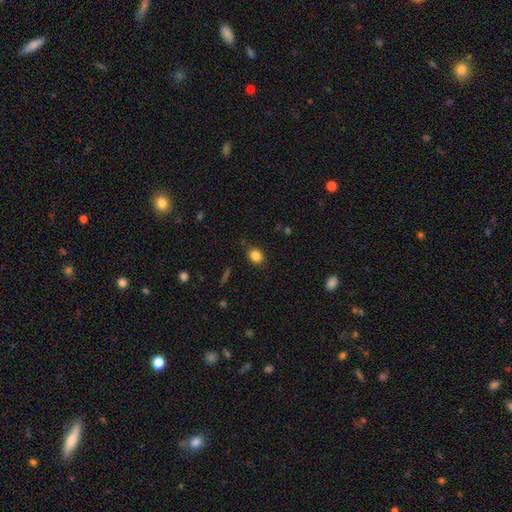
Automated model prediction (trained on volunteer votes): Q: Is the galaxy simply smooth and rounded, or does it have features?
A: smooth — 84%.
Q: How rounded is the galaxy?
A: round — 51%.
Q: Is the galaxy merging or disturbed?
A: none — 85%.